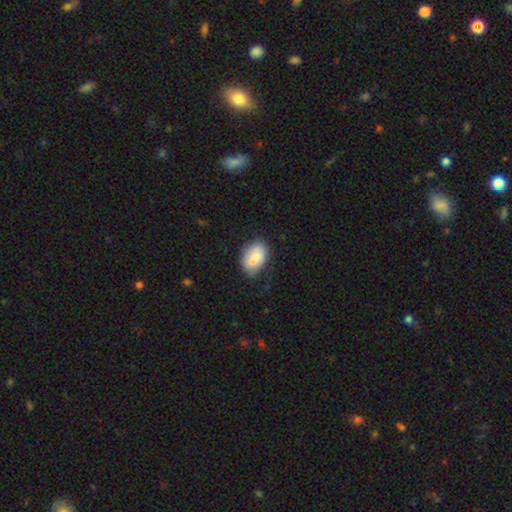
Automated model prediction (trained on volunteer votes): The model was most divided on "merging": none: 64%, minor disturbance: 25%, major disturbance: 7%, merger: 5%. More confident: how rounded — in between (84%); smooth or featured — smooth (76%).